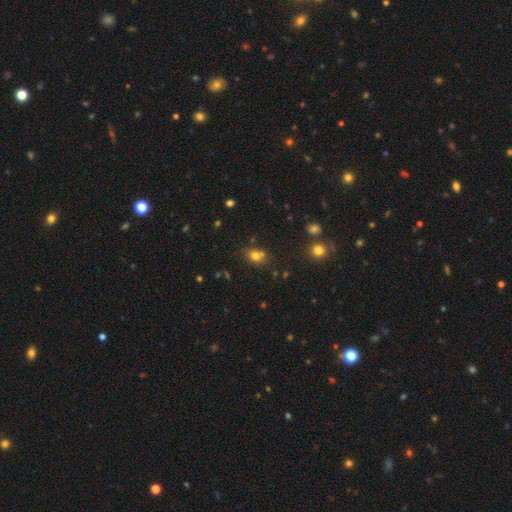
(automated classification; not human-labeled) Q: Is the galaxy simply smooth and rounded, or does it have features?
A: smooth — 73%.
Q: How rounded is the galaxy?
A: round — 60%.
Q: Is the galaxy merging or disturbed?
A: none — 55%.